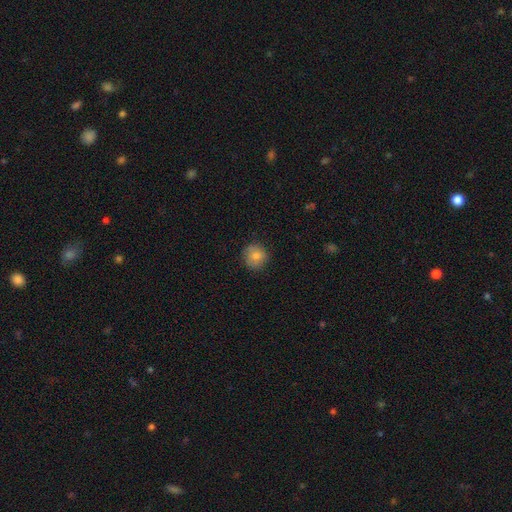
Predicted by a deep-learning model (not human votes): A smooth galaxy with no disk features (80%) that is round (91%).

Vote fractions:
- Smooth or featured? smooth: 80% / featured or disk: 11% / star or artifact: 9%
- How rounded? round: 91% / in between: 8% / cigar-shaped: 1%
- Merging? none: 83% / minor disturbance: 13% / major disturbance: 3% / merger: 1%